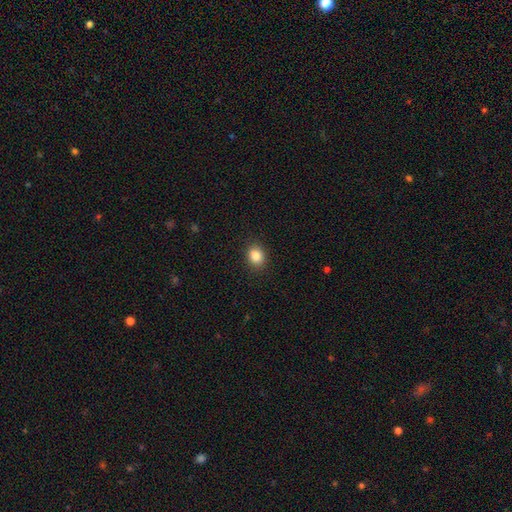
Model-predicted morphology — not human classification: Smooth or featured? smooth (87%)
How rounded? round (53%)
Merging? none (87%)